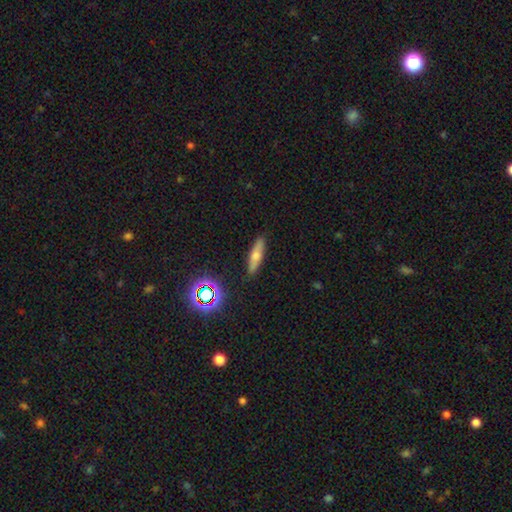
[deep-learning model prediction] Smooth or featured? Predicted: smooth (p=0.52). How rounded? Predicted: cigar-shaped (p=0.69). Merging? Predicted: none (p=0.88).